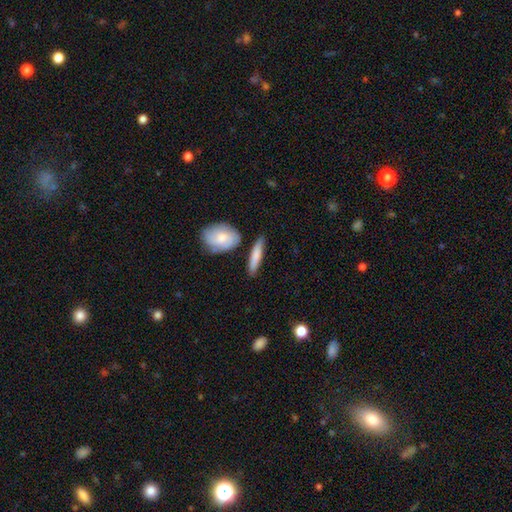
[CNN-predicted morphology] smooth 73%, featured or disk 22%, star or artifact 5%. Down the decision tree: how rounded — cigar-shaped (73%); merging — none (76%).